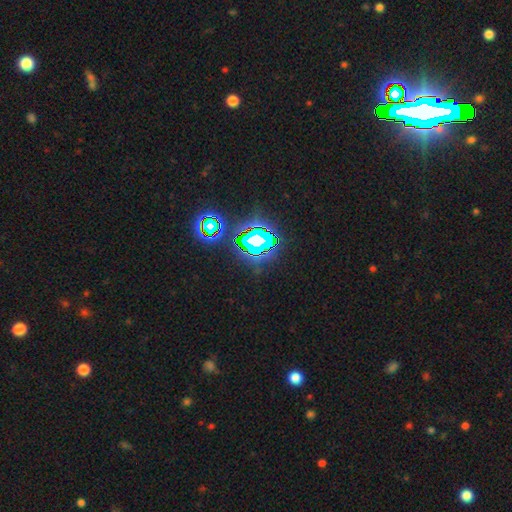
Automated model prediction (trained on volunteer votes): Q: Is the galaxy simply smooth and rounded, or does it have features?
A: star or artifact — 84%.